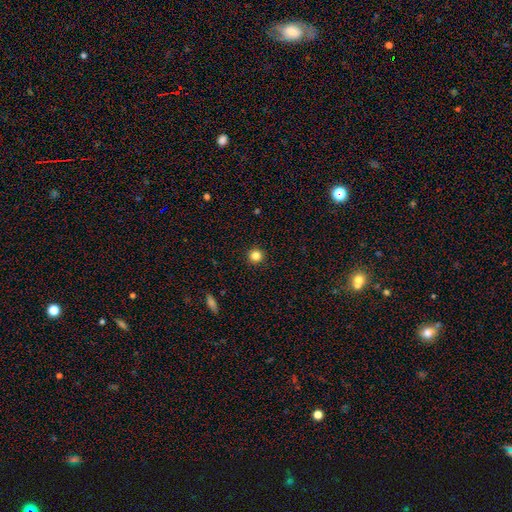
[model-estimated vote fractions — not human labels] A smooth galaxy with no disk features (84%) that is round (95%).

Vote fractions:
- Smooth or featured? smooth: 84% / star or artifact: 12% / featured or disk: 4%
- How rounded? round: 95% / in between: 4% / cigar-shaped: 1%
- Merging? none: 93% / minor disturbance: 5% / major disturbance: 2% / merger: 1%